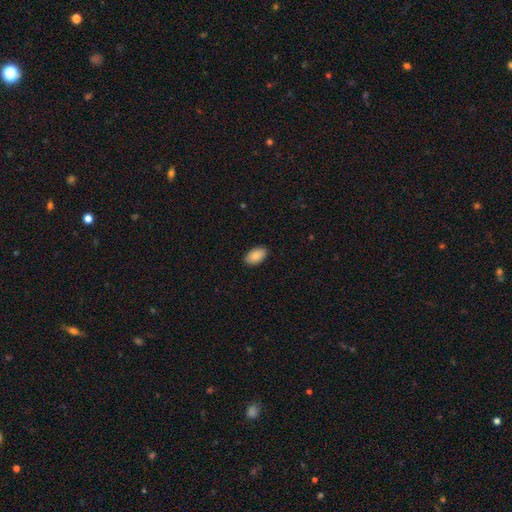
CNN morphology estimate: This appears to be a smooth galaxy with no disk features (88%) that is in between round and cigar-shaped (95%). Merging: none (89%).